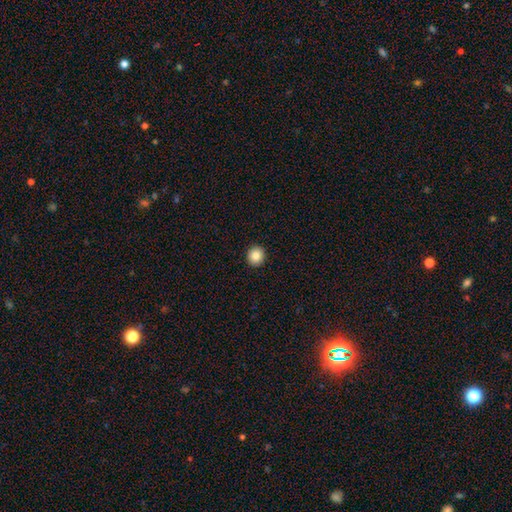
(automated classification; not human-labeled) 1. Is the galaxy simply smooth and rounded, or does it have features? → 85% smooth, 9% star or artifact, 6% featured or disk.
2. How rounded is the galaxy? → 91% round, 9% in between, 1% cigar-shaped.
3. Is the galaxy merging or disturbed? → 93% none, 4% minor disturbance, 1% major disturbance, 1% merger.